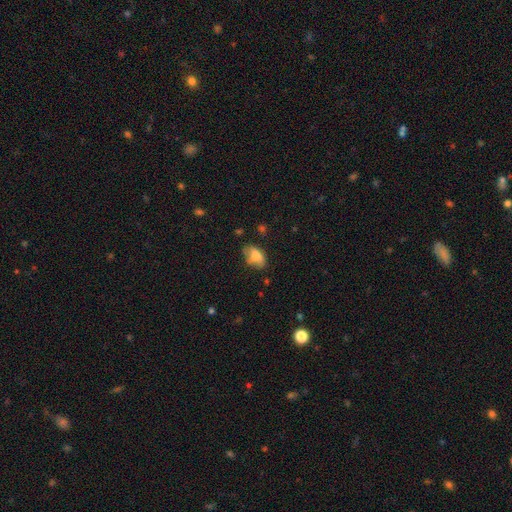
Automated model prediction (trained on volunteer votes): A smooth galaxy with no disk features (72%) that is in between round and cigar-shaped (88%). Merging: none (50%).